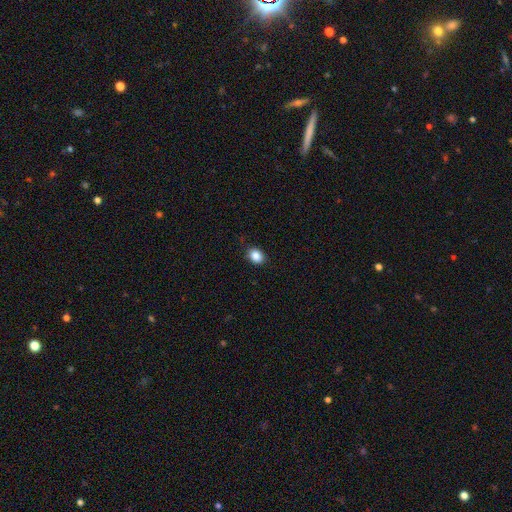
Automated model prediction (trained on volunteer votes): Smooth or featured: smooth — 87% (star or artifact — 9%)
How rounded: in between — 63% (round — 36%)
Merging: none — 87% (minor disturbance — 10%)